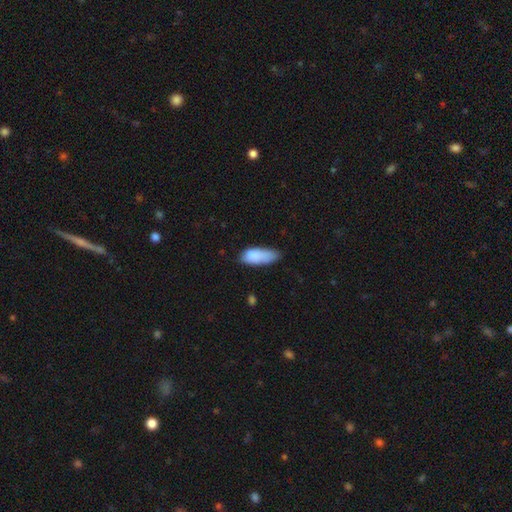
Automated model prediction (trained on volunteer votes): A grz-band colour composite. It shows a smooth galaxy with no disk features (83%) that is in between round and cigar-shaped (78%). Merging: none (48%).